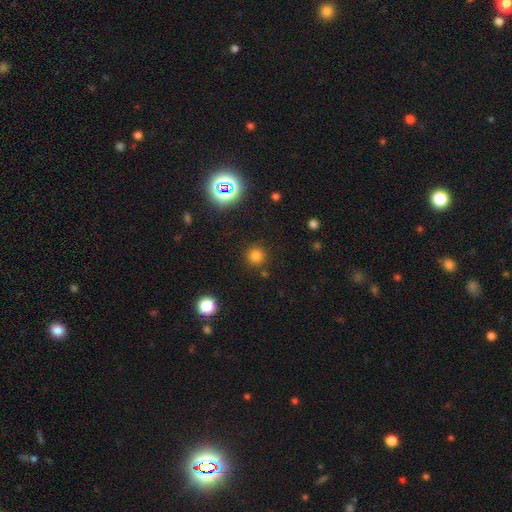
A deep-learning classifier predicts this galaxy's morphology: Smooth or featured? smooth (76%)
How rounded? round (94%)
Merging? none (88%)